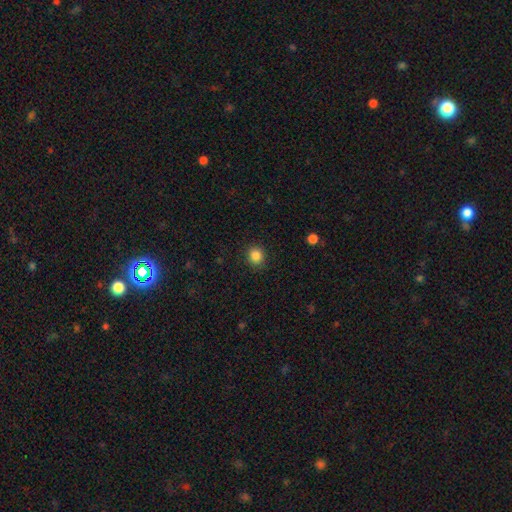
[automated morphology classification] type=smooth (86%); roundness=round (88%); merging=none (90%).